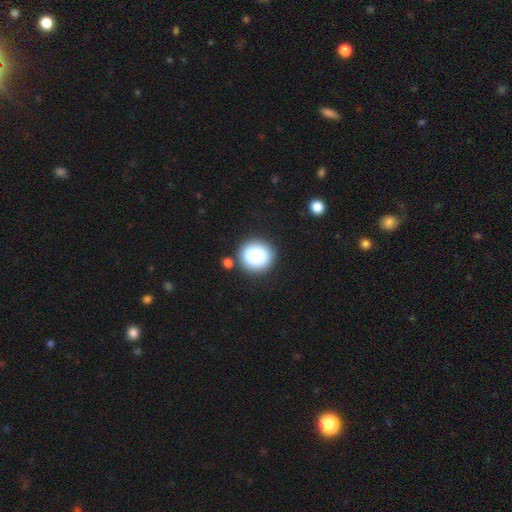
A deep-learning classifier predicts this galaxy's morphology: This is clearly a smooth galaxy (85%). How rounded: clearly round (88%). Merging: clearly none (84%).